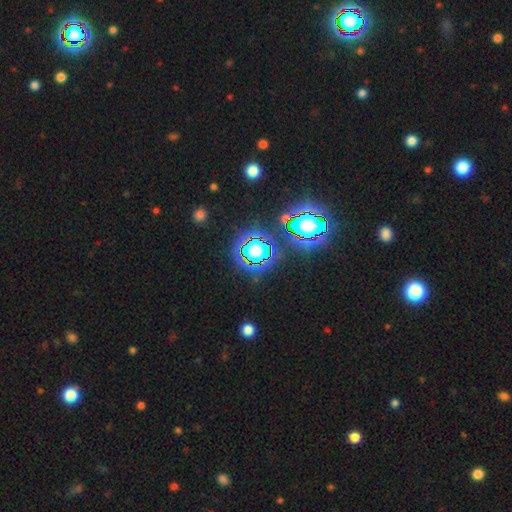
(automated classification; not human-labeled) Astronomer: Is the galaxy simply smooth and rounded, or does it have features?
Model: star or artifact — 83%.